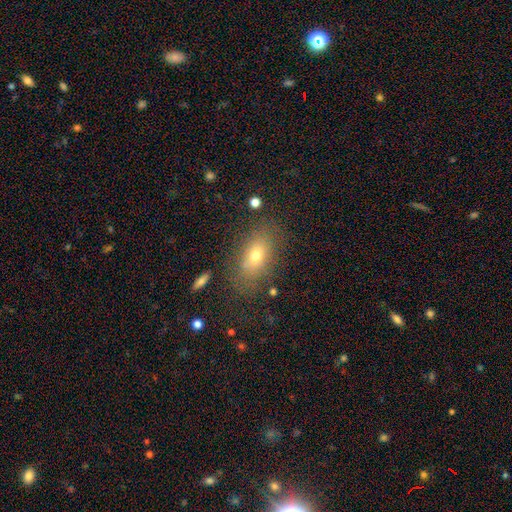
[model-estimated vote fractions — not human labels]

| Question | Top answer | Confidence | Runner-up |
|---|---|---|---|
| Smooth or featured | smooth | 68% | featured or disk (19%) |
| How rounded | in between | 83% | round (12%) |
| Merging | none | 76% | minor disturbance (15%) |